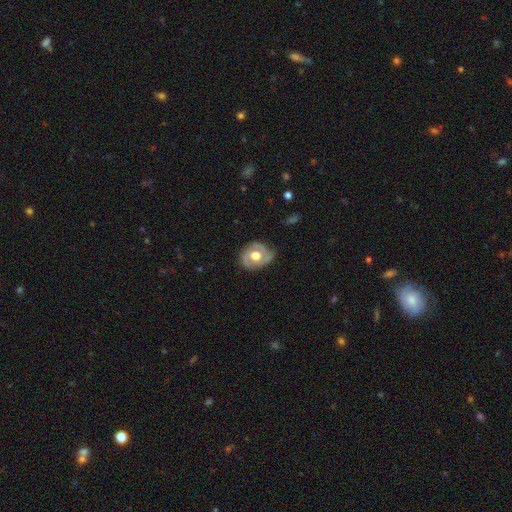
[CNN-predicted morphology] smooth-or-featured: featured or disk: 69% | smooth: 26% | star or artifact: 6%
  disk-edge-on: no: 96% | yes: 4%
    bar: no: 74% | weak: 22% | strong: 5%
    has-spiral-arms: yes: 78% | no: 22%
      spiral-winding: tight: 47% | medium: 39% | loose: 14%
      spiral-arm-count: 2: 67% | can't tell: 15% | 1: 8% | 3: 6% | 4: 2% | more than 4: 2%
    bulge-size: moderate: 57% | large: 36% | small: 4% | dominant: 2% | none: 1%
  merging: none: 64% | minor disturbance: 25% | major disturbance: 9% | merger: 2%